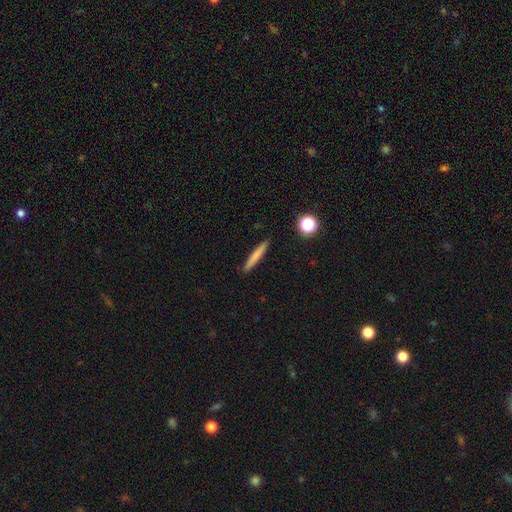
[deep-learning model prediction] Smooth or featured? smooth (73%)
How rounded? cigar-shaped (95%)
Merging? none (90%)